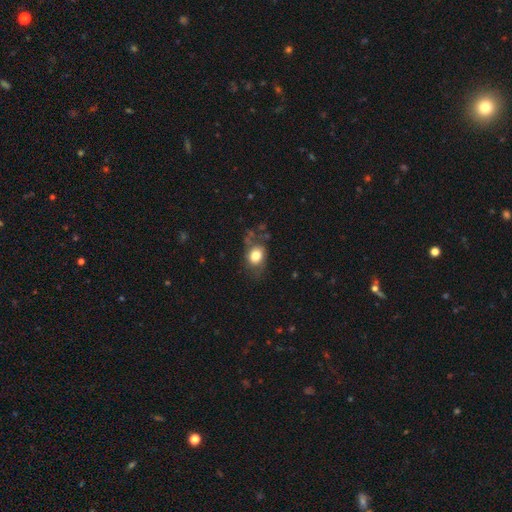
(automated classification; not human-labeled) Q: Smooth or featured?
A: smooth (76%); runner-up: featured or disk (15%)
Q: How rounded?
A: in between (52%); runner-up: round (46%)
Q: Merging?
A: none (59%); runner-up: minor disturbance (25%)